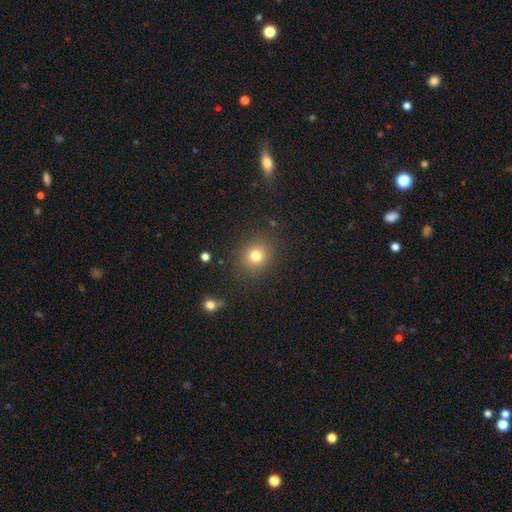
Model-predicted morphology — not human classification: smooth-or-featured: smooth: 79% | star or artifact: 14% | featured or disk: 7%
  how-rounded: round: 82% | in between: 17% | cigar-shaped: 1%
  merging: none: 87% | minor disturbance: 8% | major disturbance: 3% | merger: 2%